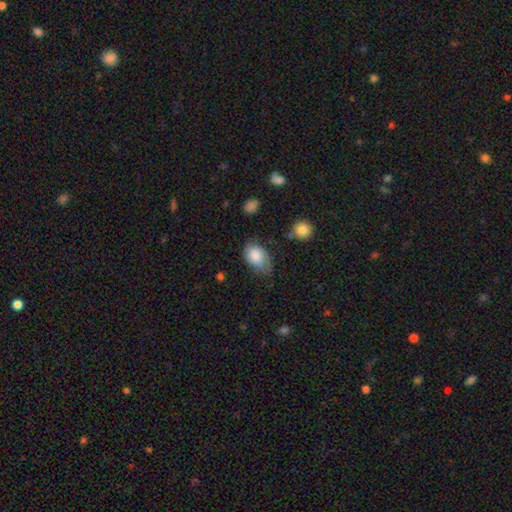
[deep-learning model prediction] smooth-or-featured: smooth: 77% | featured or disk: 16% | star or artifact: 7%
  how-rounded: in between: 89% | round: 9% | cigar-shaped: 1%
  merging: none: 47% | minor disturbance: 38% | major disturbance: 13% | merger: 3%